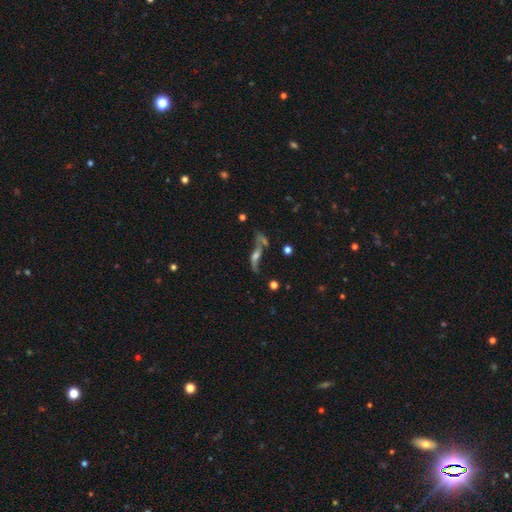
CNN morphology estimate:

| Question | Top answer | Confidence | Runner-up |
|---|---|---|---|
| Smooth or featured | featured or disk | 62% | smooth (26%) |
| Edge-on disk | no | 54% | yes (46%) |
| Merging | none | 37% | merger (25%) |